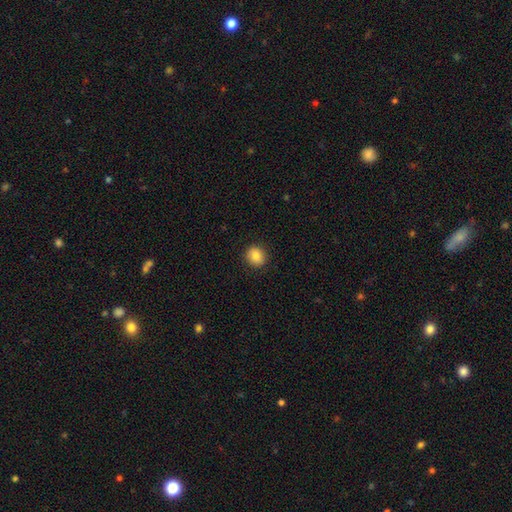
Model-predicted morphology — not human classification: A smooth galaxy with no disk features (84%) that is round (78%). Merging: none (91%).